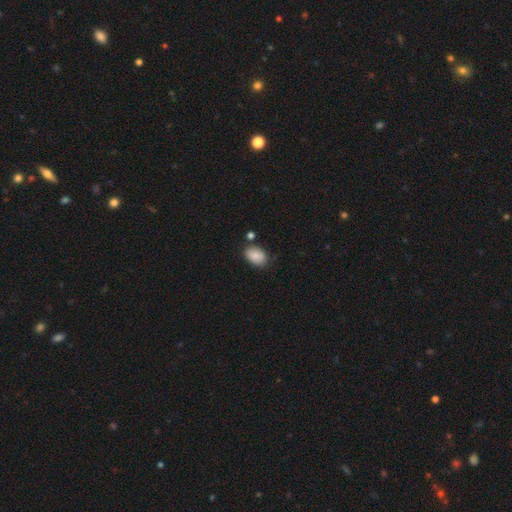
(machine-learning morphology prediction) This is clearly a smooth galaxy (85%). How rounded: clearly in between (85%). Merging: likely none (75%).